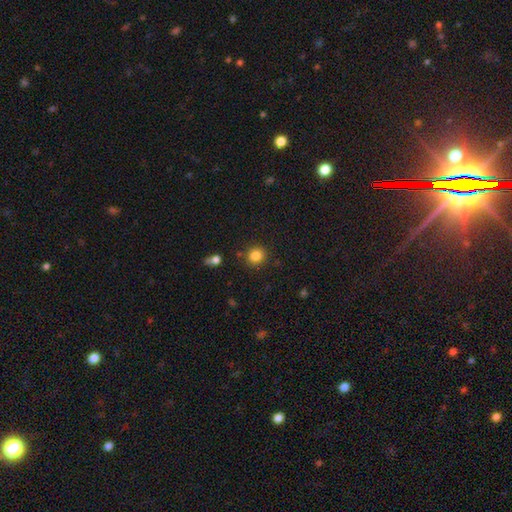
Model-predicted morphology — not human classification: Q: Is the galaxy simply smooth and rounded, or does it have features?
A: smooth — 84%.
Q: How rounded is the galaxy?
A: round — 87%.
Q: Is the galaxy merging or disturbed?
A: none — 87%.